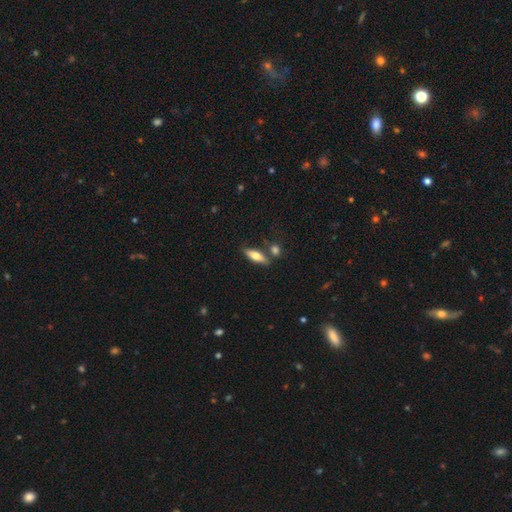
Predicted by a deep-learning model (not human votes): smooth_or_featured: smooth (p=0.59) [alt: featured or disk p=0.35]
how_rounded: cigar-shaped (p=0.51) [alt: in between p=0.46]
merging: none (p=0.74) [alt: merger p=0.12]